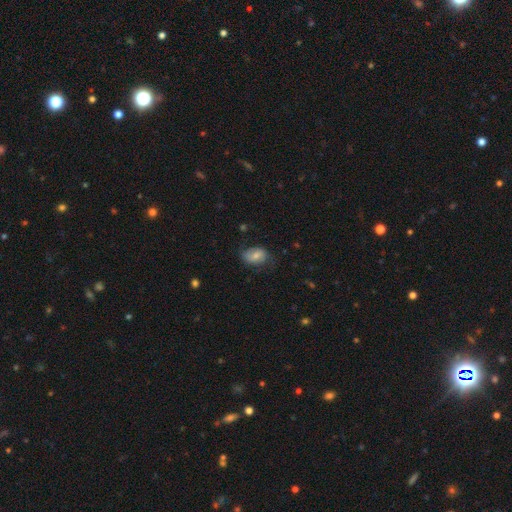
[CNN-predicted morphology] A smooth galaxy with no disk features (66%) that is in between round and cigar-shaped (81%). Merging: none (63%).